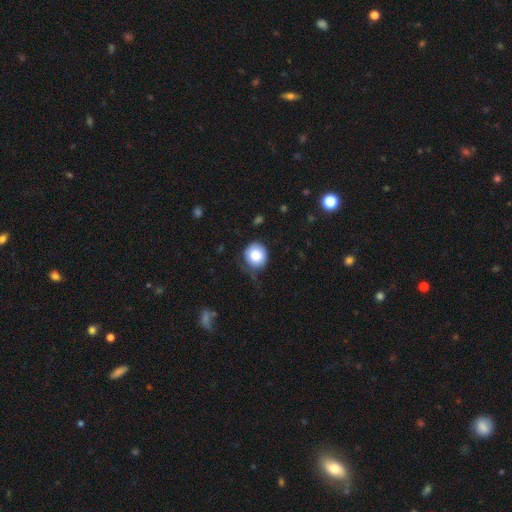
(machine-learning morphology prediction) Overall: smooth (83%). How rounded: round (89%). Merging: none (58%; minor disturbance 29%).